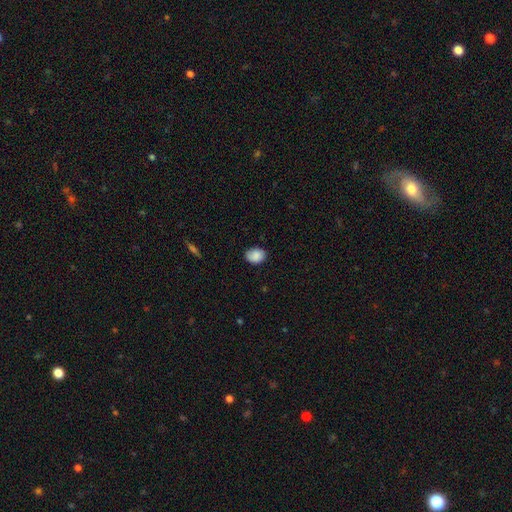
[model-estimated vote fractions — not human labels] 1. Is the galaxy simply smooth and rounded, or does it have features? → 87% smooth, 7% star or artifact, 5% featured or disk.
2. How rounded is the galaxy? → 65% in between, 34% round, 1% cigar-shaped.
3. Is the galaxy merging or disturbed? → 80% none, 16% minor disturbance, 3% major disturbance, 1% merger.